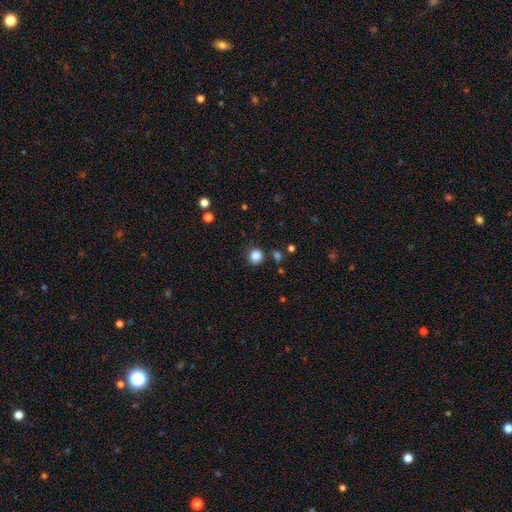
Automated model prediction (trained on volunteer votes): Smooth or featured?
  - smooth: 84% *
  - star or artifact: 12%
  - featured or disk: 4%
How rounded?
  - round: 91% *
  - in between: 8%
  - cigar-shaped: 1%
Merging?
  - none: 86% *
  - minor disturbance: 8%
  - merger: 3%
  - major disturbance: 3%